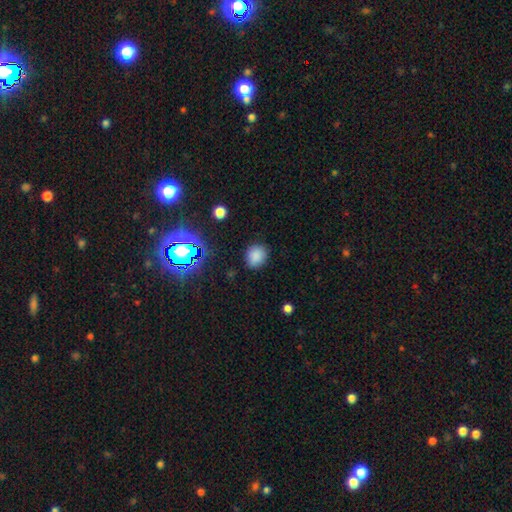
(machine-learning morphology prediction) Overall: smooth (79%). How rounded: round (69%; in between 30%). Merging: none (83%).